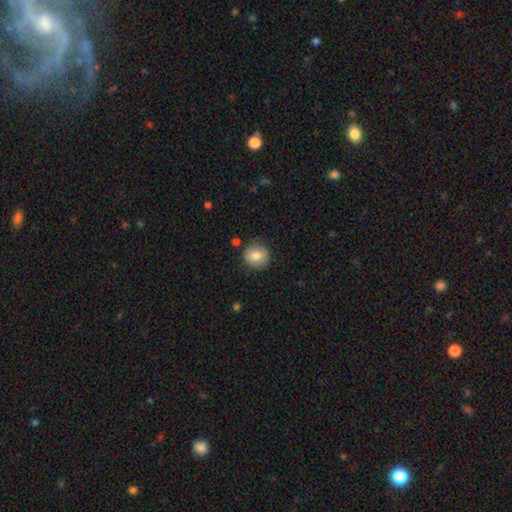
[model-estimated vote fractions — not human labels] The model was most divided on "smooth or featured": smooth: 79%, featured or disk: 13%, star or artifact: 8%. More confident: how rounded — round (89%); merging — none (85%).